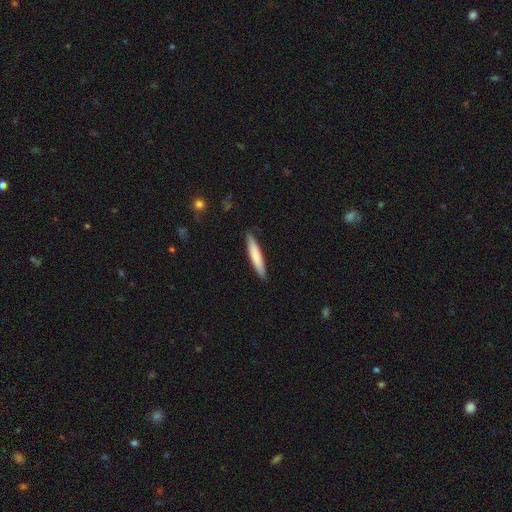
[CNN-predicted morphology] smooth-or-featured: smooth: 76% | featured or disk: 19% | star or artifact: 5%
  how-rounded: cigar-shaped: 91% | in between: 7% | round: 1%
  merging: none: 88% | minor disturbance: 10% | major disturbance: 2% | merger: 1%